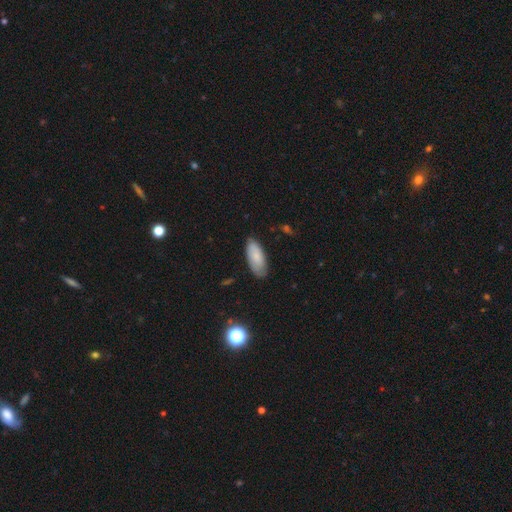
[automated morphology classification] This is likely a smooth galaxy (79%). How rounded: clearly in between (85%). Merging: likely none (76%).